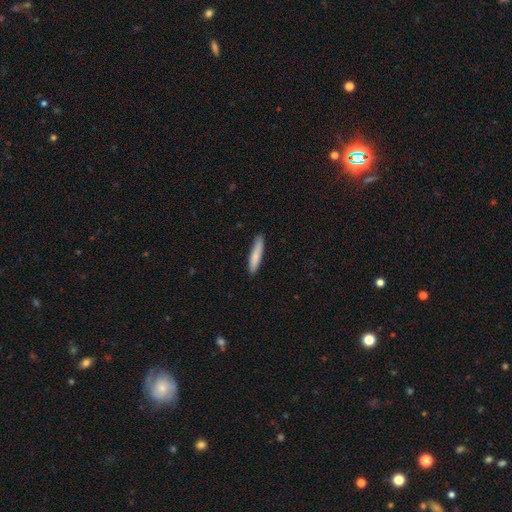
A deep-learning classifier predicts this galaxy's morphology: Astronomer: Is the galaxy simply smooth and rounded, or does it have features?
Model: smooth — 84%.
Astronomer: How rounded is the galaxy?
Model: cigar-shaped — 88%.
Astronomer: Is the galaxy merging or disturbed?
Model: none — 88%.